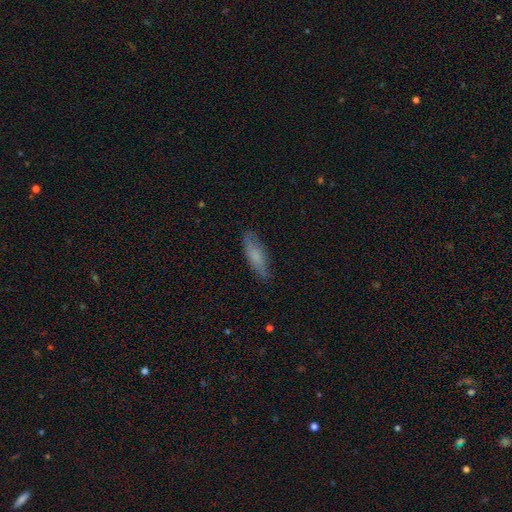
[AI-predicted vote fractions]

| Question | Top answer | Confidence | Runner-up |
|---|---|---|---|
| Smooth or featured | smooth | 68% | featured or disk (25%) |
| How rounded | cigar-shaped | 52% | in between (46%) |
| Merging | none | 77% | minor disturbance (18%) |